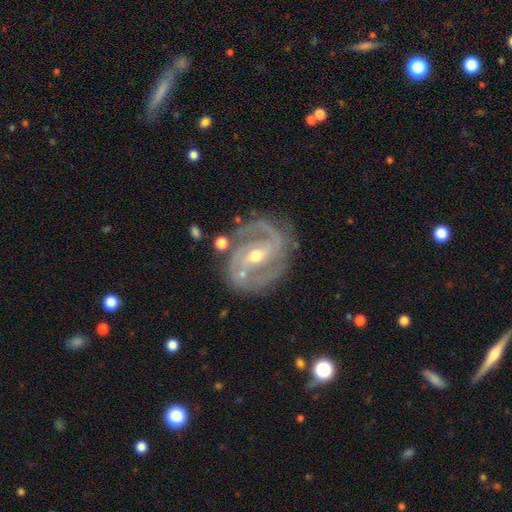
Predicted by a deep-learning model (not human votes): smooth-or-featured: featured or disk: 91% | star or artifact: 5% | smooth: 4%
  disk-edge-on: no: 97% | yes: 3%
    bar: weak: 44% | strong: 35% | no: 21%
    has-spiral-arms: yes: 98% | no: 2%
      spiral-winding: tight: 47% | medium: 45% | loose: 8%
      spiral-arm-count: 2: 71% | 3: 16% | can't tell: 6% | 4: 3% | 1: 2% | more than 4: 2%
    bulge-size: moderate: 60% | small: 37% | large: 2% | none: 1% | dominant: 1%
  merging: none: 73% | minor disturbance: 17% | major disturbance: 6% | merger: 4%